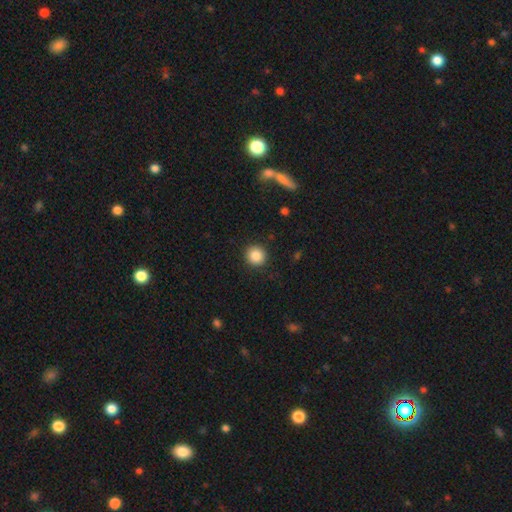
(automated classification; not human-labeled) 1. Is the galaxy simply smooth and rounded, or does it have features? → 86% smooth, 9% star or artifact, 4% featured or disk.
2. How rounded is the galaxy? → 93% round, 6% in between, 1% cigar-shaped.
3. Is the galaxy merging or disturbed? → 91% none, 6% minor disturbance, 2% major disturbance, 1% merger.